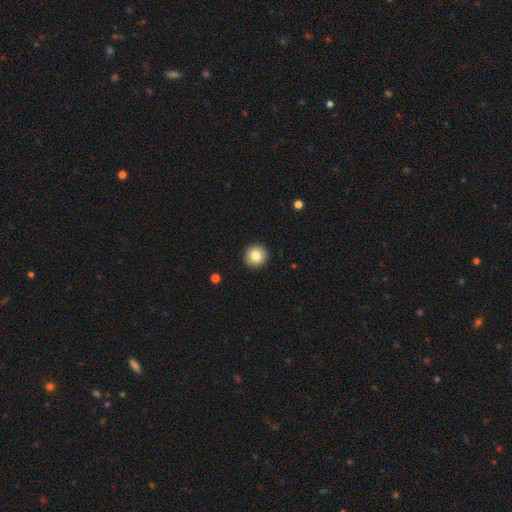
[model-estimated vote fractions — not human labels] Q: Smooth or featured?
A: smooth (82%); runner-up: featured or disk (10%)
Q: How rounded?
A: round (95%); runner-up: in between (4%)
Q: Merging?
A: none (93%); runner-up: minor disturbance (4%)